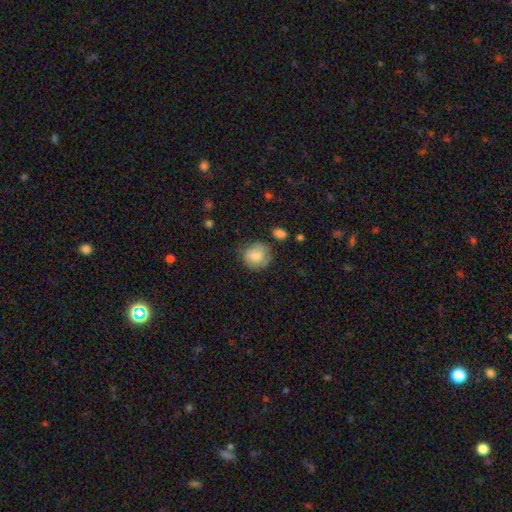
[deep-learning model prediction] Q: Smooth or featured?
A: smooth (73%); runner-up: featured or disk (20%)
Q: How rounded?
A: round (83%); runner-up: in between (16%)
Q: Merging?
A: none (67%); runner-up: minor disturbance (23%)